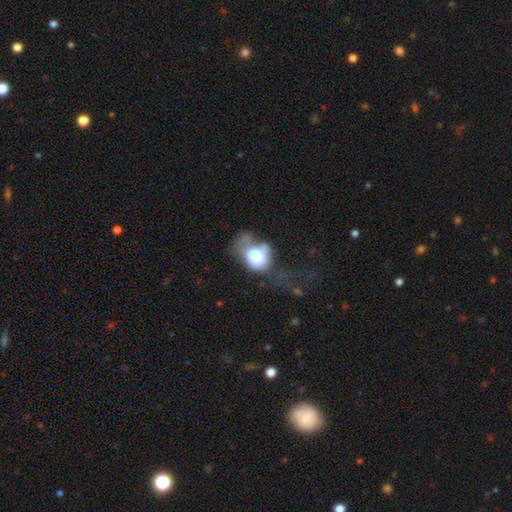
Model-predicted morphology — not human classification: This appears to be a smooth galaxy with no disk features (63%) that is in between round and cigar-shaped (66%). Merging: major disturbance (50%).